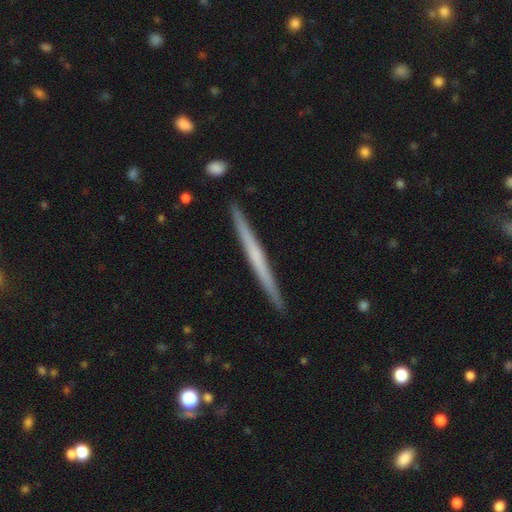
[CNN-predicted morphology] smooth_or_featured: featured or disk (p=0.55) [alt: smooth p=0.39]
disk_edge_on: yes (p=0.98) [alt: no p=0.02]
edge_on_bulge: none (p=0.83) [alt: rounded p=0.13]
merging: none (p=0.92) [alt: minor disturbance p=0.05]